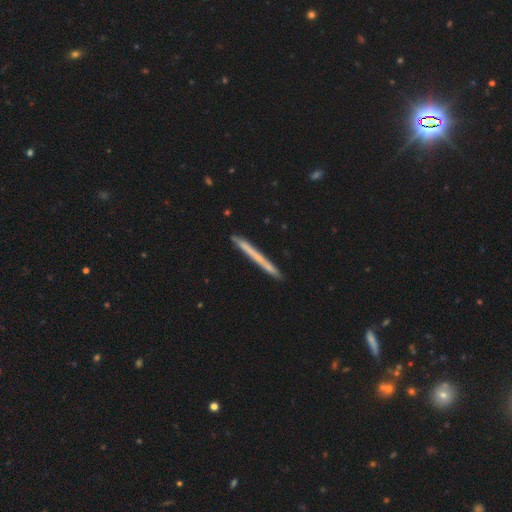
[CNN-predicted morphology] This is possibly a smooth galaxy (58%). How rounded: clearly cigar-shaped (97%). Merging: clearly none (90%).